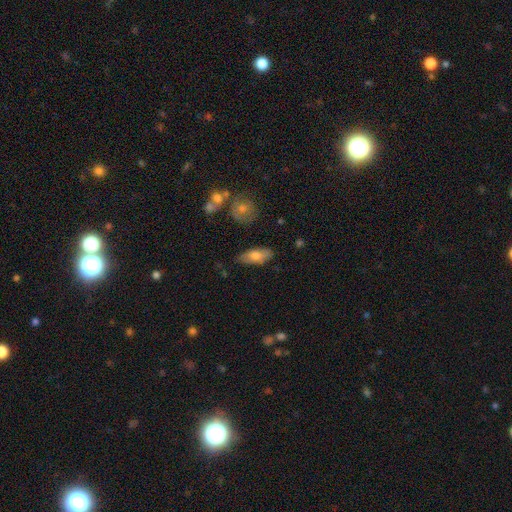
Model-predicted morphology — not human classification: A smooth galaxy with no disk features (72%) that is in between round and cigar-shaped (79%). Merging: none (81%).